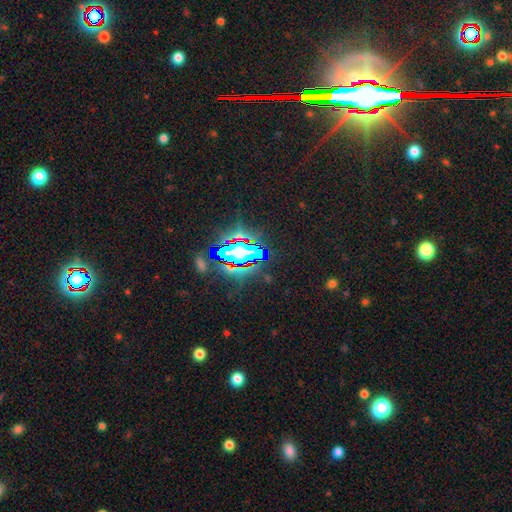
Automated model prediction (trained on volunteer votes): Morphology: type=star or artifact (83%).